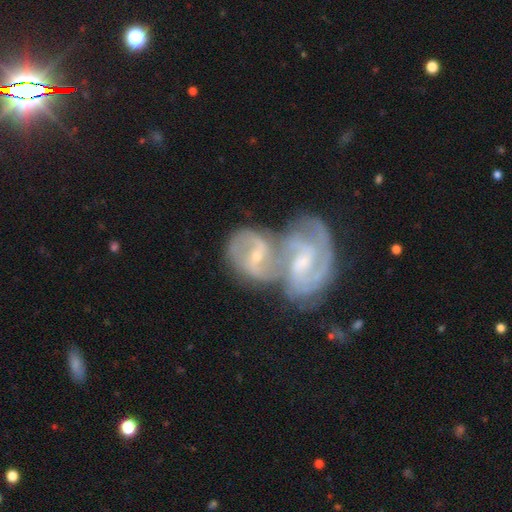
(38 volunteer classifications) This is likely a featured or disk galaxy (79%). It is clearly not viewed edge-on (100%). Bar: likely weak (70%). Spiral arm pattern: clearly yes (93%). Spiral arm count: clearly 2 (86%). Spiral winding: possibly medium (46%, tied with loose). Central bulge: possibly moderate (57%). Merging: likely merger (76%).